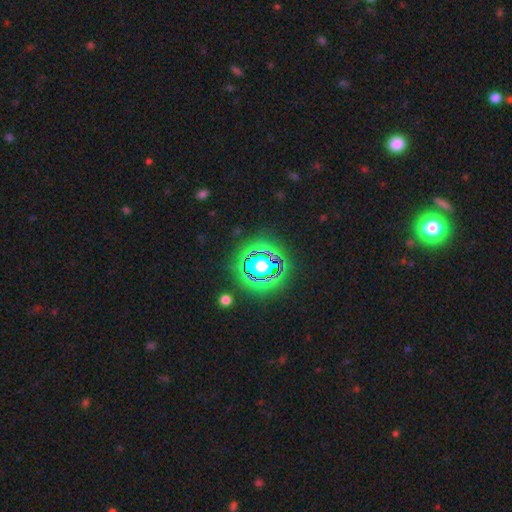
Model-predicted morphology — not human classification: Smooth or featured?
  - star or artifact: 60% *
  - smooth: 24%
  - featured or disk: 16%